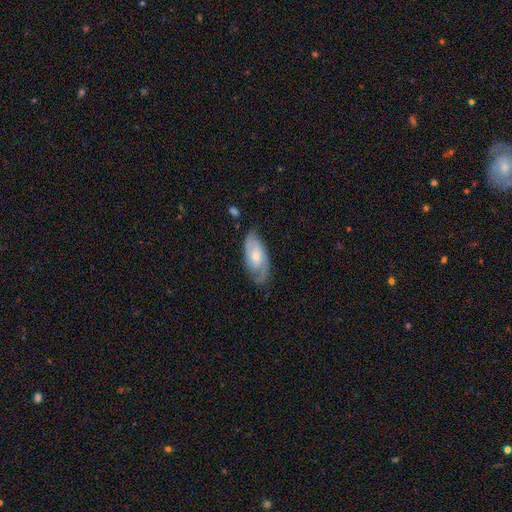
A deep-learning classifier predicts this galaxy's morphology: The model was most divided on "bulge size": moderate: 54%, small: 36%, large: 6%, none: 3%, dominant: 1%. More confident: edge-on disk — no (90%); spiral arms — yes (86%); merging — none (68%); bar — no (62%); smooth or featured — featured or disk (59%).